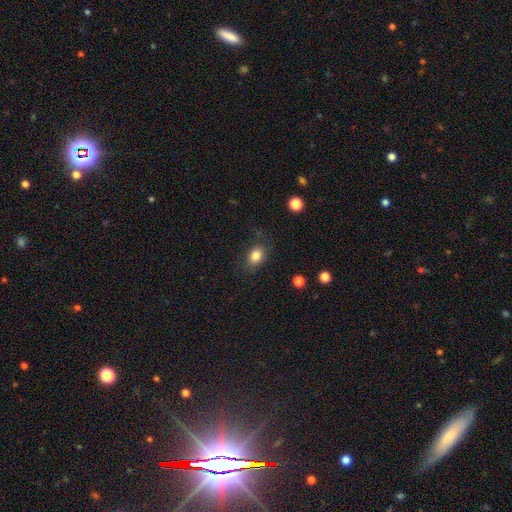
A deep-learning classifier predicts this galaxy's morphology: This is clearly a smooth galaxy (83%). How rounded: likely in between (67%). Merging: likely none (79%).